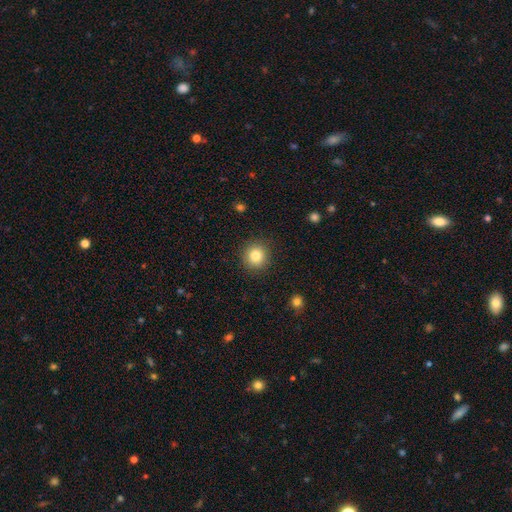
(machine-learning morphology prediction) Smooth or featured: smooth — 82% (star or artifact — 11%)
How rounded: round — 92% (in between — 7%)
Merging: none — 90% (minor disturbance — 7%)